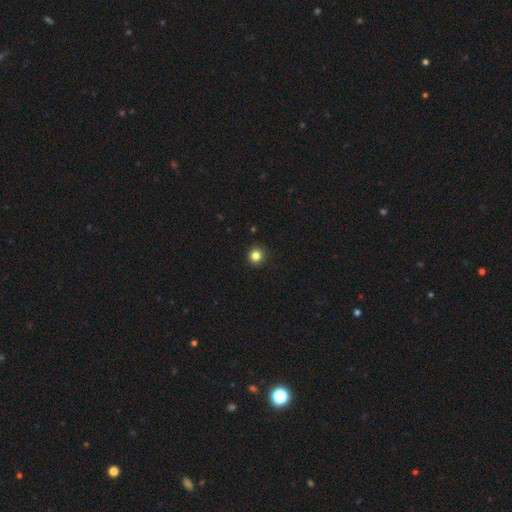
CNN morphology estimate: The model was most divided on "smooth or featured": smooth: 83%, star or artifact: 12%, featured or disk: 4%. More confident: how rounded — round (93%); merging — none (93%).